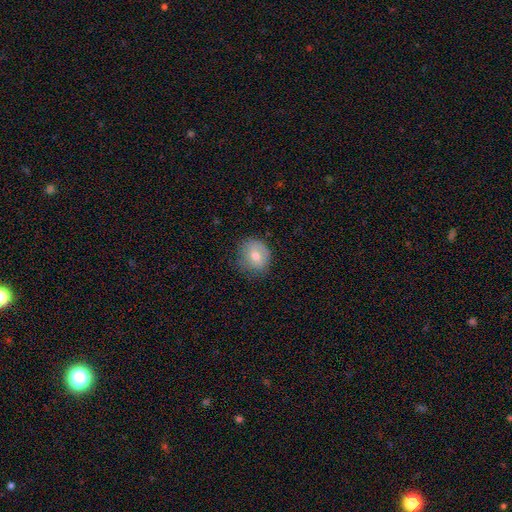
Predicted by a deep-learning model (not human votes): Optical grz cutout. It shows a smooth galaxy with no disk features (69%) that is round (81%). Merging: none (75%).